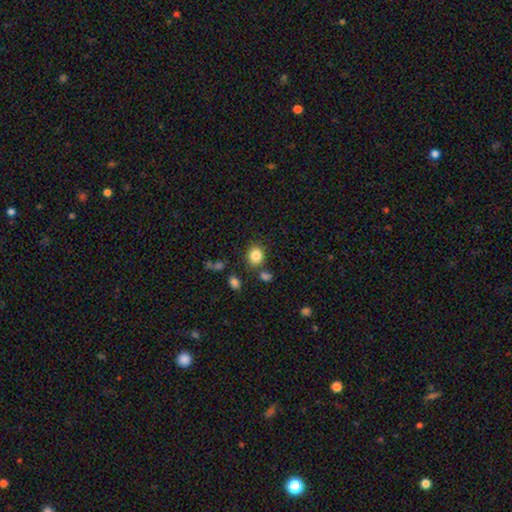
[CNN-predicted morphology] The model was most divided on "how rounded": round: 74%, in between: 25%, cigar-shaped: 1%. More confident: smooth or featured — smooth (84%); merging — none (78%).